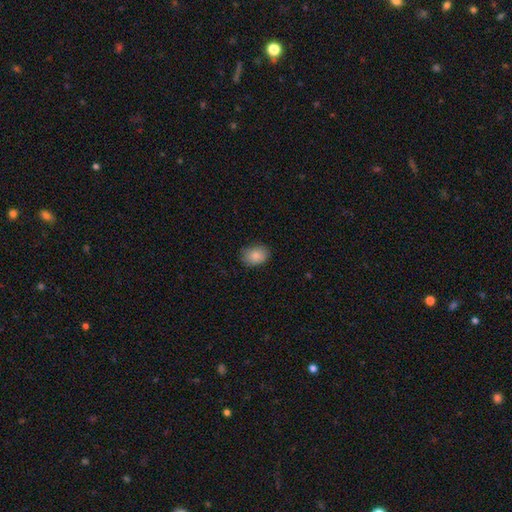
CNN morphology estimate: Smooth or featured? smooth (87%)
How rounded? in between (69%)
Merging? none (84%)